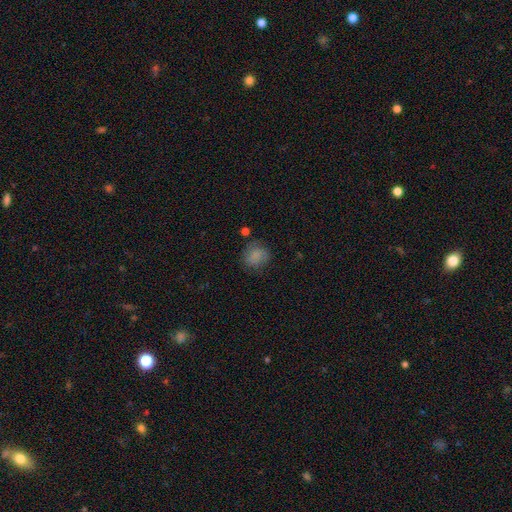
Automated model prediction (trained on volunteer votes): smooth 79%, star or artifact 11%, featured or disk 9%. Down the decision tree: how rounded — round (77%); merging — none (71%).